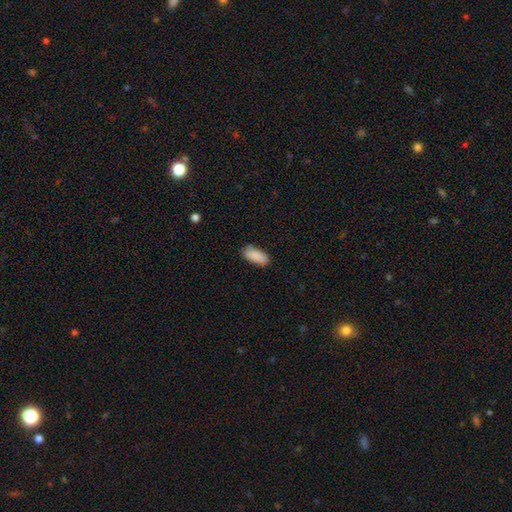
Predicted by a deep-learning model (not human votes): The model was most divided on "merging": none: 79%, minor disturbance: 16%, major disturbance: 3%, merger: 2%. More confident: smooth or featured — smooth (89%); how rounded — in between (87%).